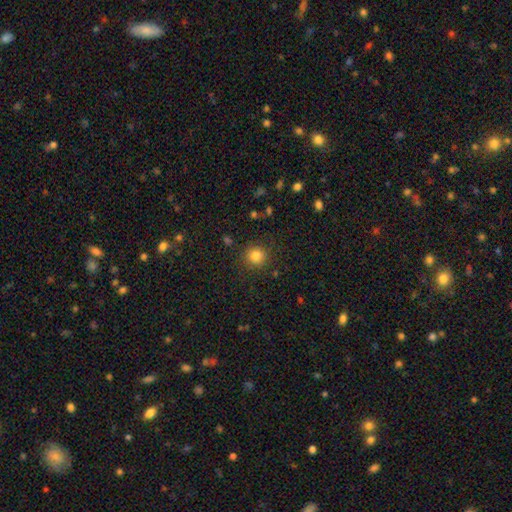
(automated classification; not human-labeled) Q: Smooth or featured?
A: smooth (84%); runner-up: star or artifact (12%)
Q: How rounded?
A: round (91%); runner-up: in between (8%)
Q: Merging?
A: none (87%); runner-up: minor disturbance (8%)